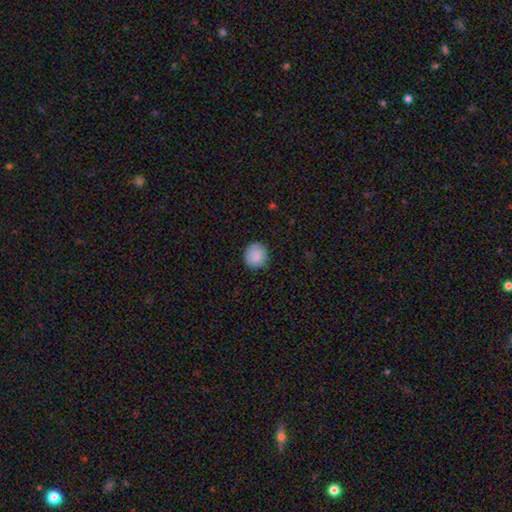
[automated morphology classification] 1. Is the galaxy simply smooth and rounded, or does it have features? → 89% smooth, 7% star or artifact, 4% featured or disk.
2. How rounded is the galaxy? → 91% round, 8% in between, 1% cigar-shaped.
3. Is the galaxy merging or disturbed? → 89% none, 8% minor disturbance, 2% major disturbance, 1% merger.